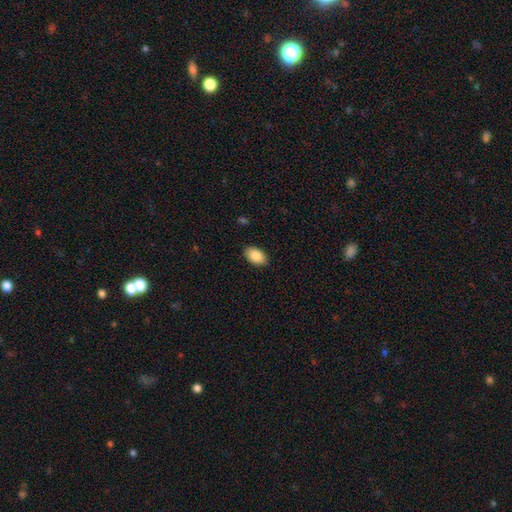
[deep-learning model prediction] This is clearly a smooth galaxy (88%). How rounded: clearly in between (94%). Merging: clearly none (88%).